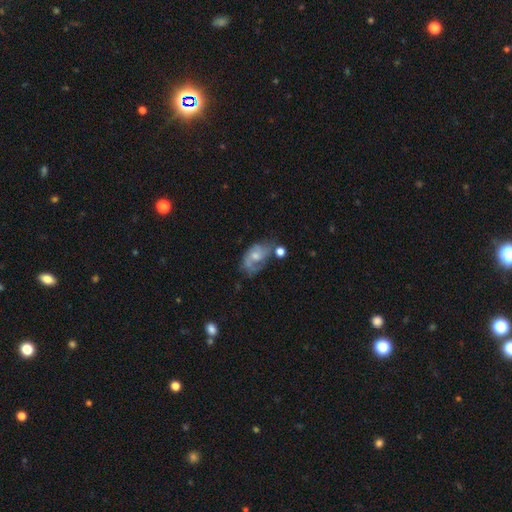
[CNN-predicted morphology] A featured or disk galaxy (56%) with no bar (73%), spiral arms (75%) and a moderate central bulge (46%). Merging: none (35%).